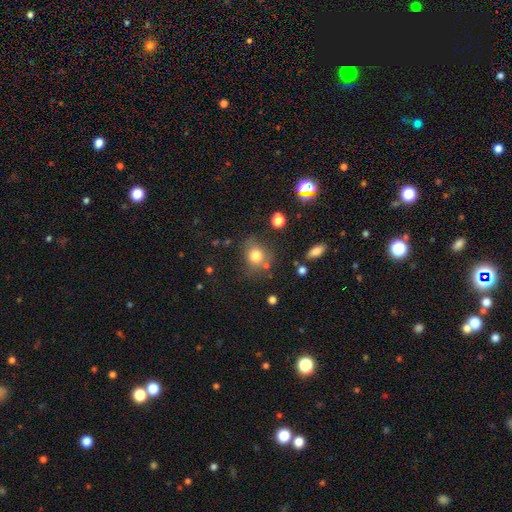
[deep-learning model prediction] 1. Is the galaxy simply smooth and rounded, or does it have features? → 78% smooth, 12% star or artifact, 10% featured or disk.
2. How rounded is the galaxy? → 69% round, 30% in between, 1% cigar-shaped.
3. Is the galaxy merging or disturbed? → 67% none, 19% minor disturbance, 7% merger, 7% major disturbance.